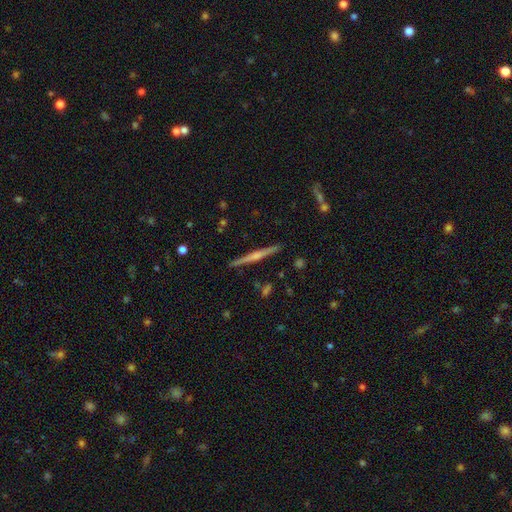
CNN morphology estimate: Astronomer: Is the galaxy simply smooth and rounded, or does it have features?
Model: featured or disk — 71%.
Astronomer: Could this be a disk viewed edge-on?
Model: yes — 98%.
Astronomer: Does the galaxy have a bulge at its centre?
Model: rounded — 69%.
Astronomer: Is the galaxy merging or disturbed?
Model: none — 91%.